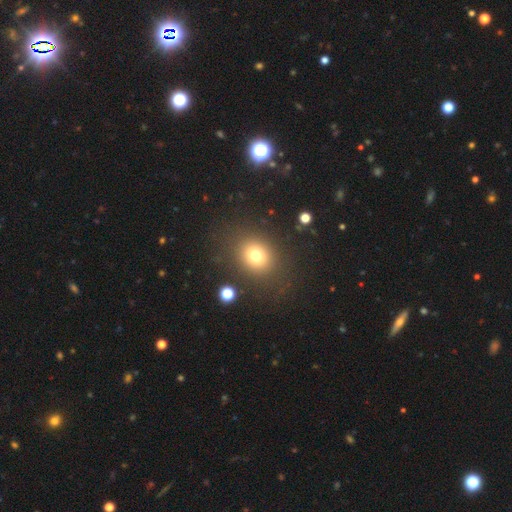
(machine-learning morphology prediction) Overall: smooth (75%). How rounded: round (68%; in between 31%). Merging: none (82%).